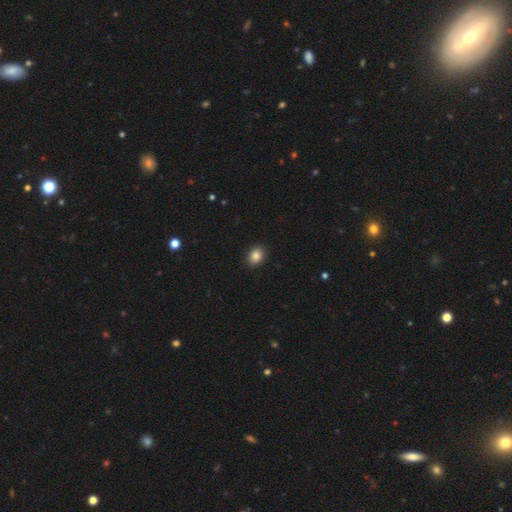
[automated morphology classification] smooth-or-featured: smooth: 86% | star or artifact: 10% | featured or disk: 4%
  how-rounded: in between: 55% | round: 44% | cigar-shaped: 1%
  merging: none: 91% | minor disturbance: 7% | major disturbance: 2% | merger: 1%